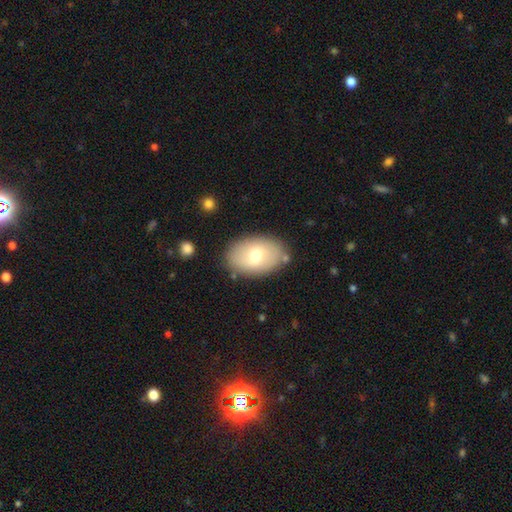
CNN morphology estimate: Smooth or featured? smooth (66%)
How rounded? in between (89%)
Merging? none (84%)